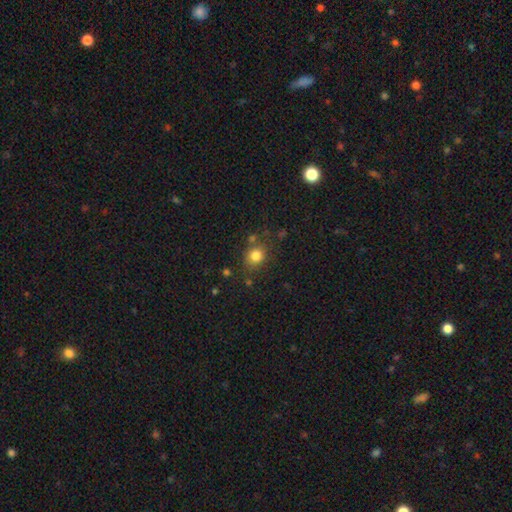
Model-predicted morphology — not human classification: This is clearly a smooth galaxy (81%). How rounded: likely round (75%). Merging: likely none (75%).